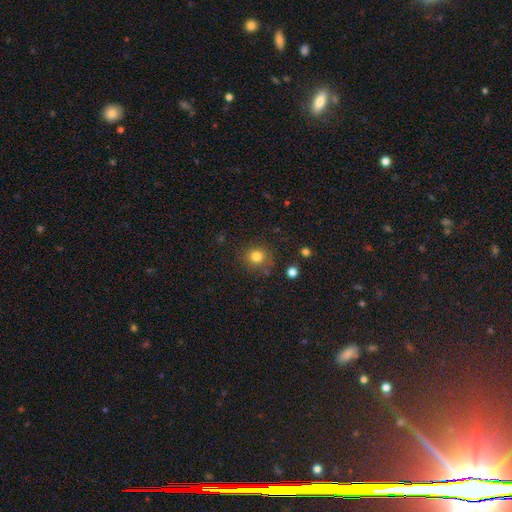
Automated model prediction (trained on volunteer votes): Morphology: type=smooth (81%); roundness=round (88%); merging=none (82%).